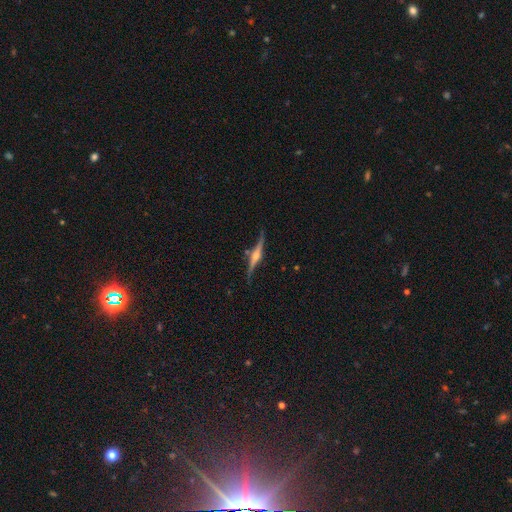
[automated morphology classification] featured or disk 83%, smooth 12%, star or artifact 5%. Down the decision tree: edge-on disk — yes (97%); edge-on bulge — rounded (87%); merging — none (78%).